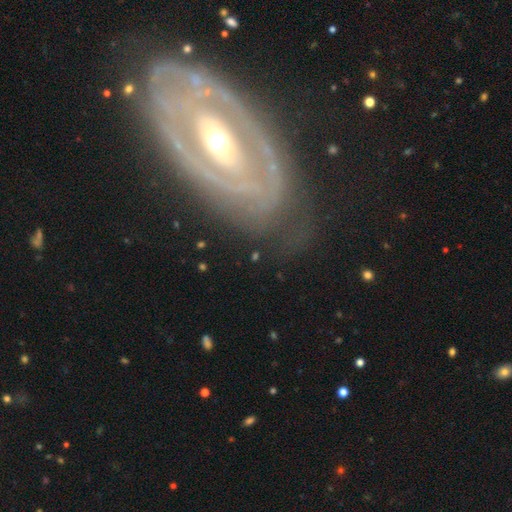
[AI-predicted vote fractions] Q: Smooth or featured?
A: featured or disk (65%); runner-up: smooth (20%)
Q: Edge-on disk?
A: no (92%); runner-up: yes (8%)
Q: Bar?
A: no (48%); runner-up: weak (32%)
Q: Spiral arms?
A: yes (72%); runner-up: no (28%)
Q: Bulge size?
A: small (42%); runner-up: moderate (37%)
Q: Merging?
A: none (61%); runner-up: minor disturbance (18%)